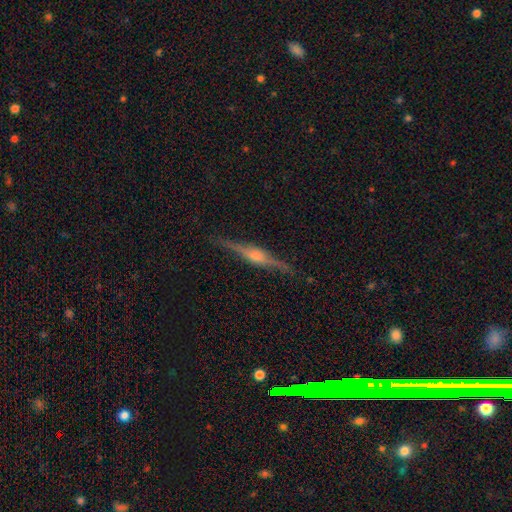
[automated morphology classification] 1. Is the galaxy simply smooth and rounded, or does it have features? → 83% featured or disk, 10% smooth, 7% star or artifact.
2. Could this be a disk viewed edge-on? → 97% yes, 3% no.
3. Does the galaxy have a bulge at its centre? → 84% rounded, 11% boxy, 5% none.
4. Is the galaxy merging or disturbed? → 89% none, 8% minor disturbance, 2% major disturbance, 1% merger.